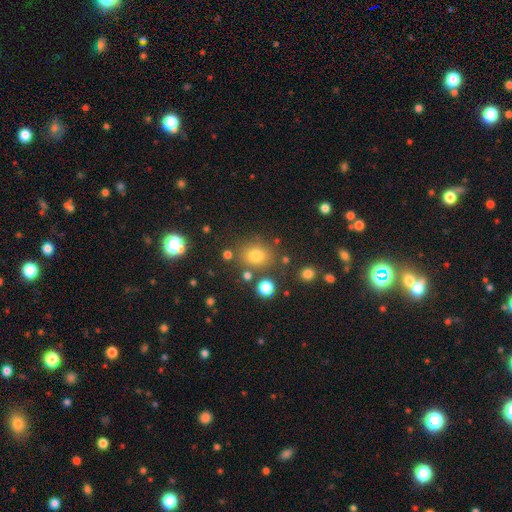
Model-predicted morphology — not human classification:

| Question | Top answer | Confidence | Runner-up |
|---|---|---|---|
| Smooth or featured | smooth | 73% | star or artifact (18%) |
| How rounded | round | 62% | in between (37%) |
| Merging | none | 78% | minor disturbance (11%) |